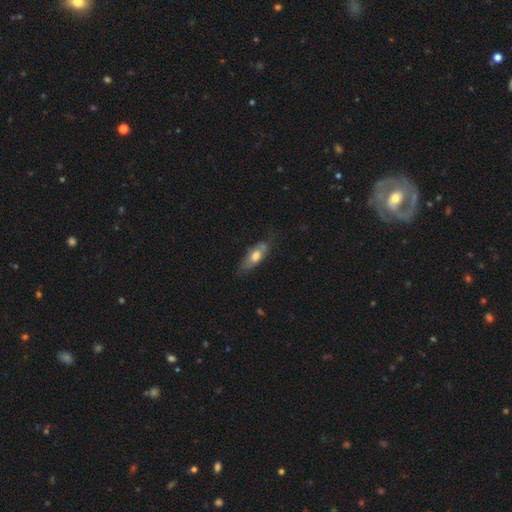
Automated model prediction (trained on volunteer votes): A smooth galaxy with no disk features (58%) that is in between round and cigar-shaped (70%).

Vote fractions:
- Smooth or featured? smooth: 58% / featured or disk: 36% / star or artifact: 6%
- How rounded? in between: 70% / cigar-shaped: 27% / round: 3%
- Merging? none: 59% / minor disturbance: 29% / major disturbance: 9% / merger: 3%